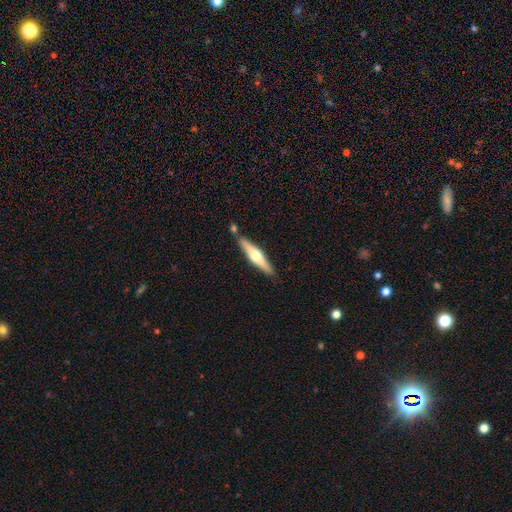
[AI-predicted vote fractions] The model was most divided on "smooth or featured": featured or disk: 57%, smooth: 38%, star or artifact: 5%. More confident: edge-on disk — yes (94%); edge-on bulge — rounded (92%); merging — none (77%).